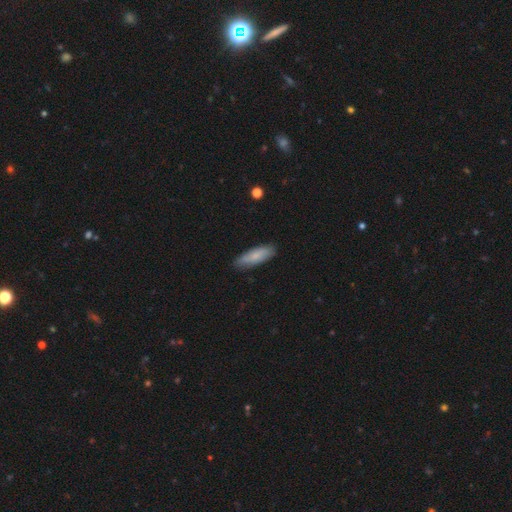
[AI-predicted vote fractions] Smooth or featured: smooth — 79% (featured or disk — 16%)
How rounded: cigar-shaped — 51% (in between — 48%)
Merging: none — 84% (minor disturbance — 13%)